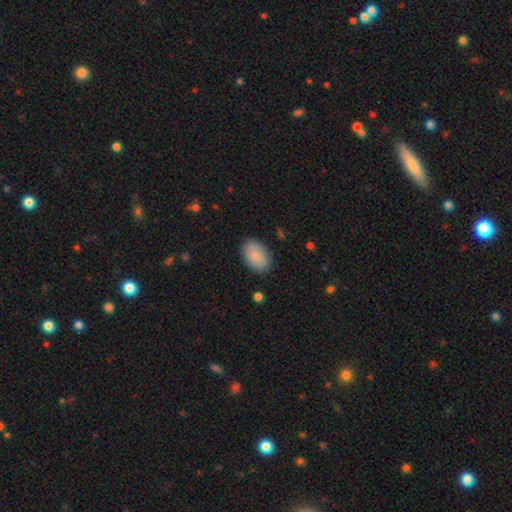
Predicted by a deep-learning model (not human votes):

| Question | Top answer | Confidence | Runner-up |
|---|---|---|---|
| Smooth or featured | smooth | 85% | featured or disk (8%) |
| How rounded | in between | 90% | round (9%) |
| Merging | none | 86% | minor disturbance (11%) |